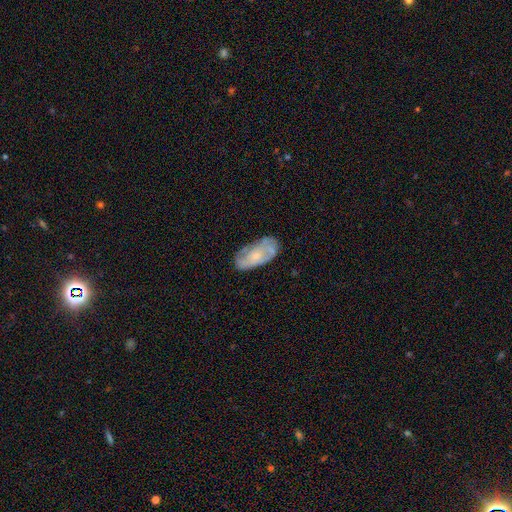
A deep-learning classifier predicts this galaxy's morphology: type=featured or disk (53%); edge-on=no (93%); merging=none (61%).